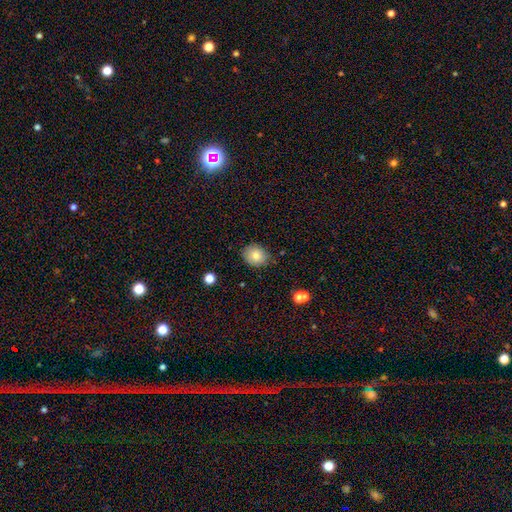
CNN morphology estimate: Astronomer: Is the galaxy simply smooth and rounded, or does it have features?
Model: smooth — 82%.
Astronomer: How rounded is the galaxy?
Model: round — 61% (runner-up: in between, 38%).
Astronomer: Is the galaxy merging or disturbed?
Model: none — 78%.